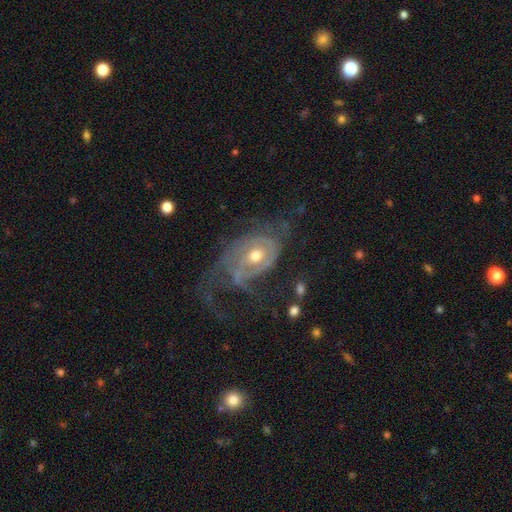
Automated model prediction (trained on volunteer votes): This appears to be a featured or disk galaxy (82%) with no bar (71%), tight (44%) spiral arms (82%) and a moderate central bulge (73%). Merging: major disturbance (40%).